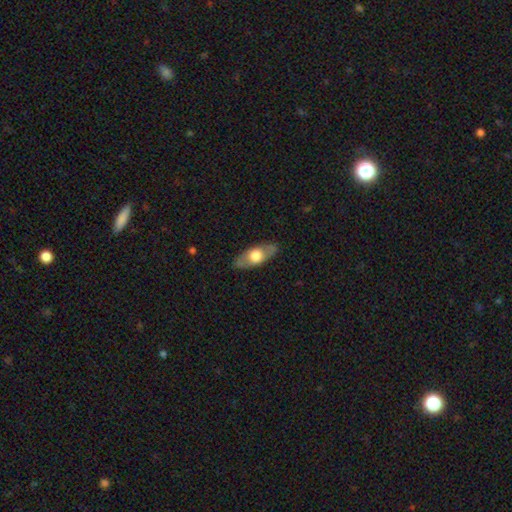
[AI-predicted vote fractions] Q: Smooth or featured?
A: smooth (51%); runner-up: featured or disk (44%)
Q: How rounded?
A: in between (78%); runner-up: cigar-shaped (17%)
Q: Merging?
A: none (84%); runner-up: minor disturbance (12%)